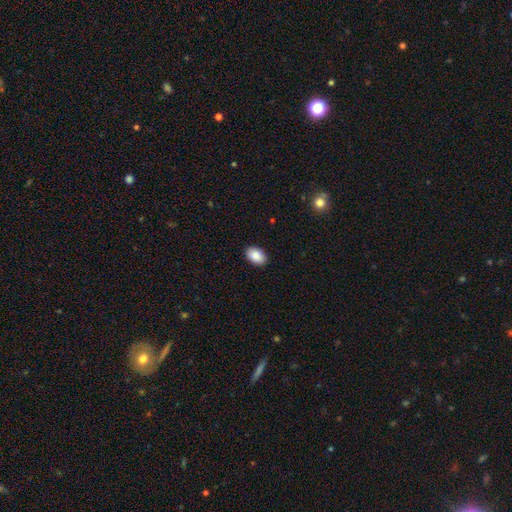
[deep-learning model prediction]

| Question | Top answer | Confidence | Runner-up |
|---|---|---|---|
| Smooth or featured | smooth | 89% | star or artifact (7%) |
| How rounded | in between | 88% | round (11%) |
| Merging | none | 90% | minor disturbance (7%) |